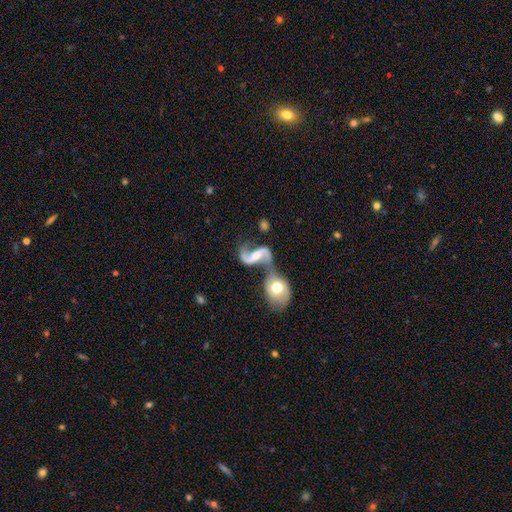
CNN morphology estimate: Q: Smooth or featured?
A: featured or disk (85%); runner-up: smooth (10%)
Q: Edge-on disk?
A: no (96%); runner-up: yes (4%)
Q: Bar?
A: weak (44%); runner-up: strong (32%)
Q: Spiral arms?
A: yes (93%); runner-up: no (7%)
Q: Spiral winding?
A: loose (76%); runner-up: medium (20%)
Q: Spiral arm count?
A: 2 (91%); runner-up: 1 (4%)
Q: Bulge size?
A: moderate (45%); runner-up: small (32%)
Q: Merging?
A: merger (54%); runner-up: none (28%)